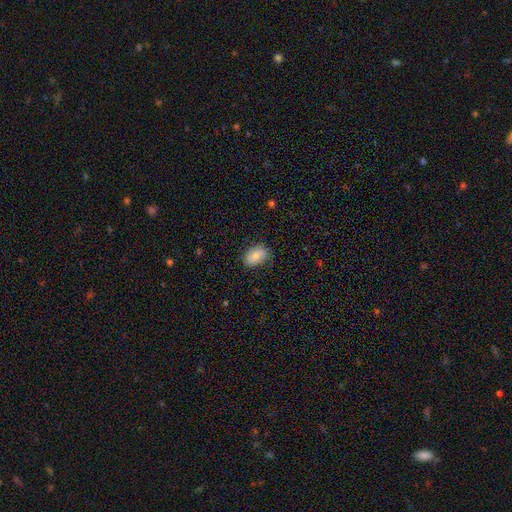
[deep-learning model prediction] Smooth or featured? Predicted: smooth (p=0.67). How rounded? Predicted: in between (p=0.81). Merging? Predicted: none (p=0.81).